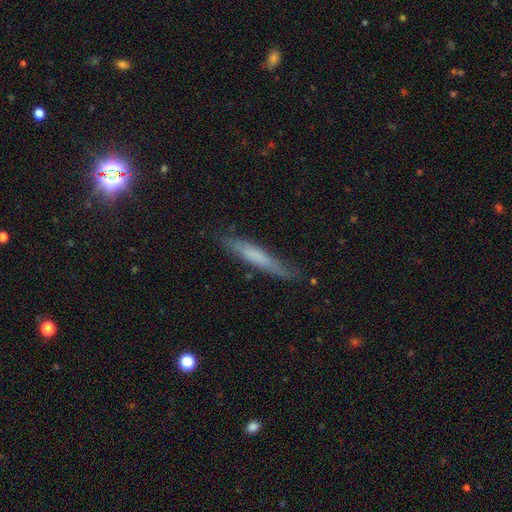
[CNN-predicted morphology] This is possibly a smooth galaxy (57%). How rounded: clearly cigar-shaped (91%). Merging: likely none (73%).